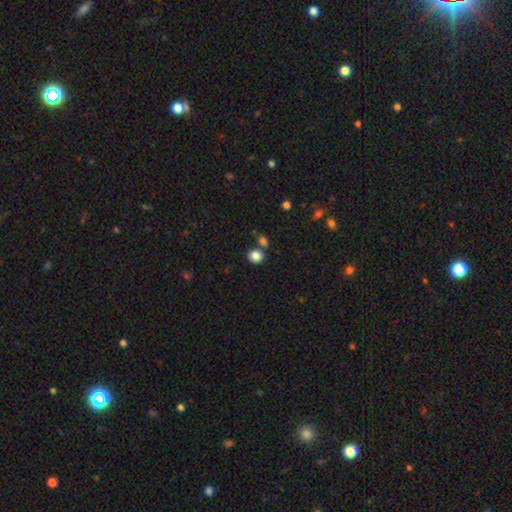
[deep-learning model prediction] The model was most divided on "how rounded": round: 78%, in between: 21%, cigar-shaped: 1%. More confident: smooth or featured — smooth (85%); merging — none (74%).